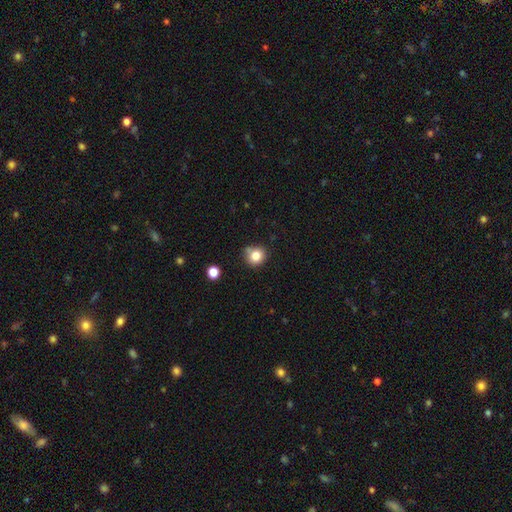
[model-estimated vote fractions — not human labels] Q: Smooth or featured?
A: smooth (82%); runner-up: star or artifact (11%)
Q: How rounded?
A: round (84%); runner-up: in between (15%)
Q: Merging?
A: none (73%); runner-up: minor disturbance (17%)